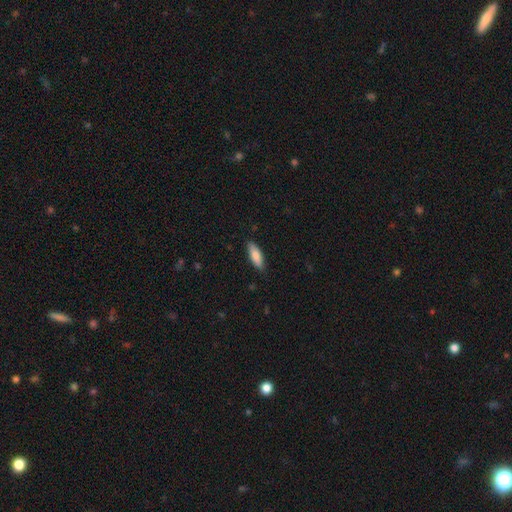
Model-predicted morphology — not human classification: Smooth or featured? Predicted: smooth (p=0.84). How rounded? Predicted: in between (p=0.62). Merging? Predicted: none (p=0.85).